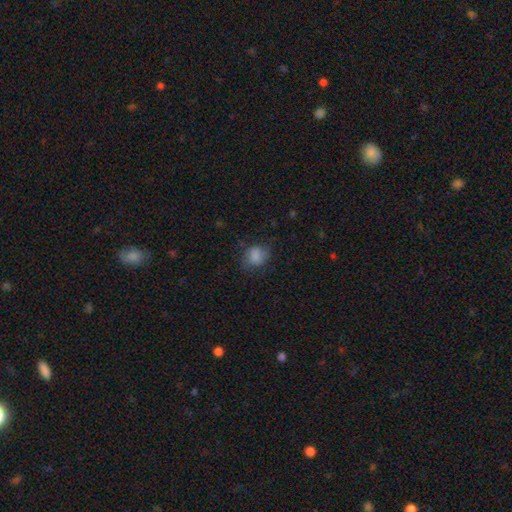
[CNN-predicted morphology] This is clearly a smooth galaxy (81%). How rounded: possibly round (52%). Merging: likely none (64%).